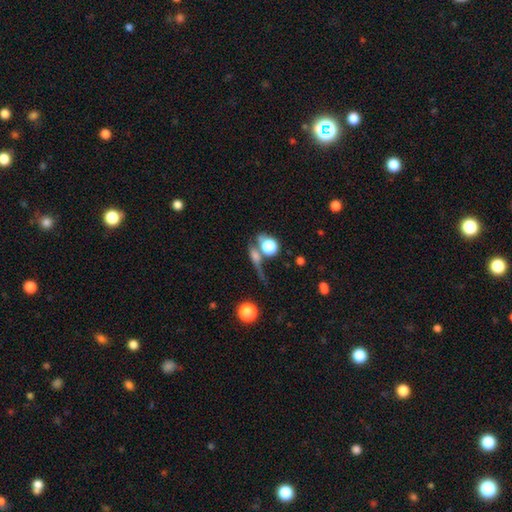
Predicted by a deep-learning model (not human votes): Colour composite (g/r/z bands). It shows a smooth galaxy with no disk features (53%) that is round (42%). Merging: none (46%).